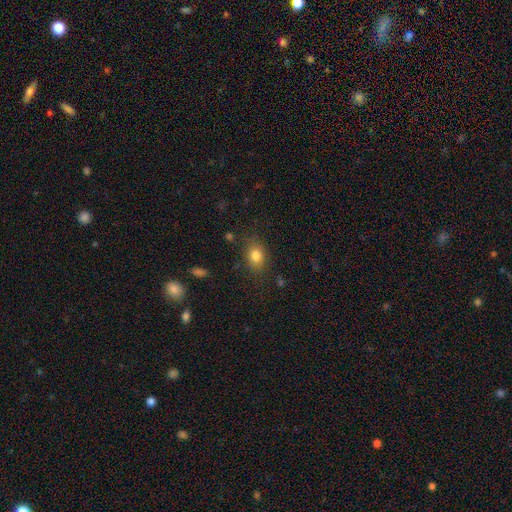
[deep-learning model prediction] Smooth or featured: smooth — 81% (star or artifact — 11%)
How rounded: in between — 65% (round — 33%)
Merging: none — 80% (minor disturbance — 14%)